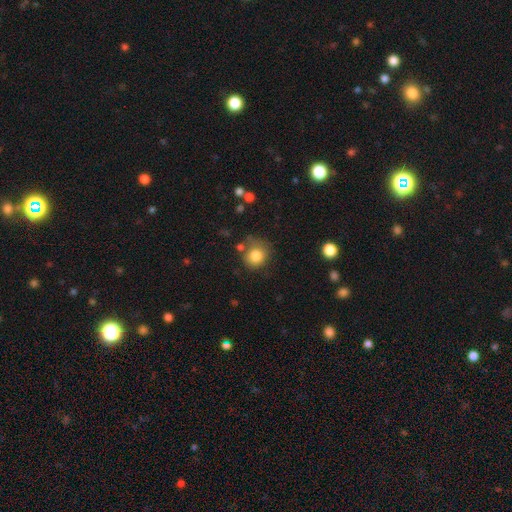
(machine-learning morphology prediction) type=smooth (83%); roundness=round (86%); merging=none (67%).